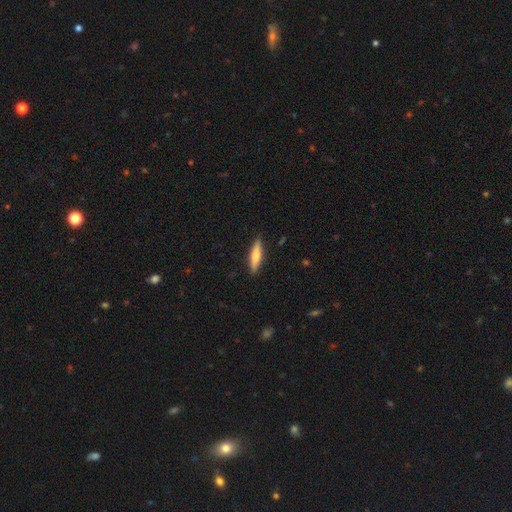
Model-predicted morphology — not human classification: smooth_or_featured: smooth (p=0.61) [alt: featured or disk p=0.34]
how_rounded: cigar-shaped (p=0.76) [alt: in between p=0.23]
merging: none (p=0.89) [alt: minor disturbance p=0.08]